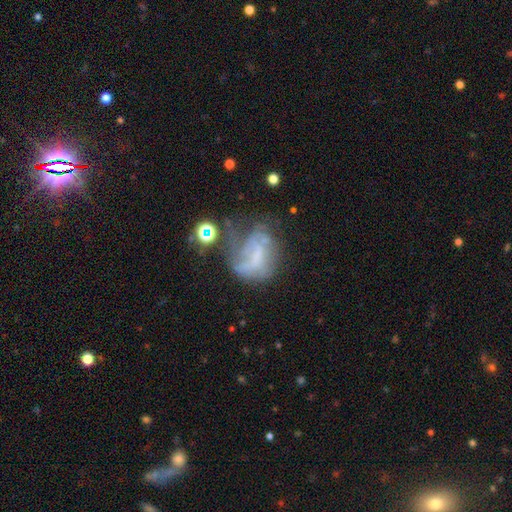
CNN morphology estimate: type=featured or disk (56%); edge-on=no (97%); bar=no (57%); spiral arms=no (53%); bulge=none (61%); merging=major disturbance (38%).